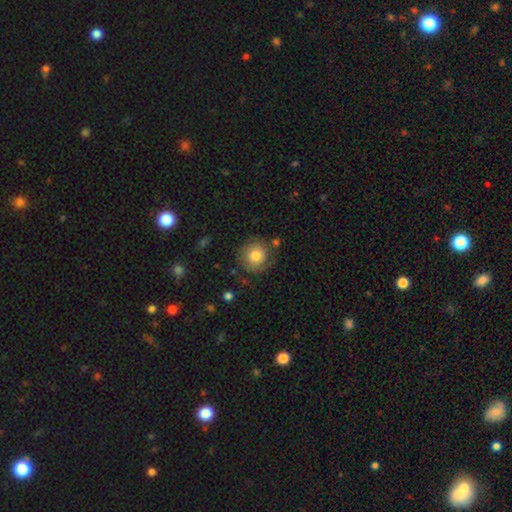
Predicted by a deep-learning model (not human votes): Overall: smooth (74%). How rounded: round (92%). Merging: none (75%).